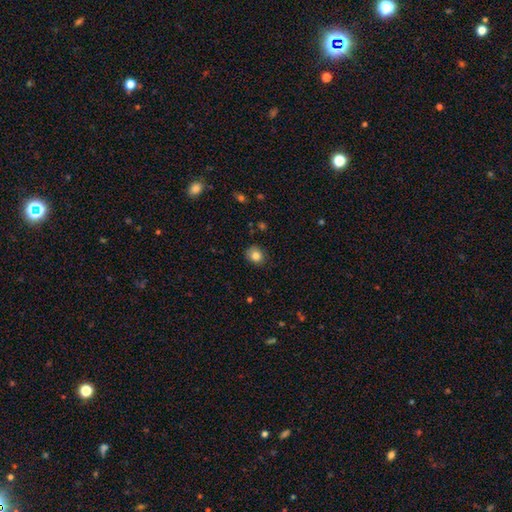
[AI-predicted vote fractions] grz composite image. It shows a smooth galaxy with no disk features (83%) that is round (64%). Merging: none (83%).